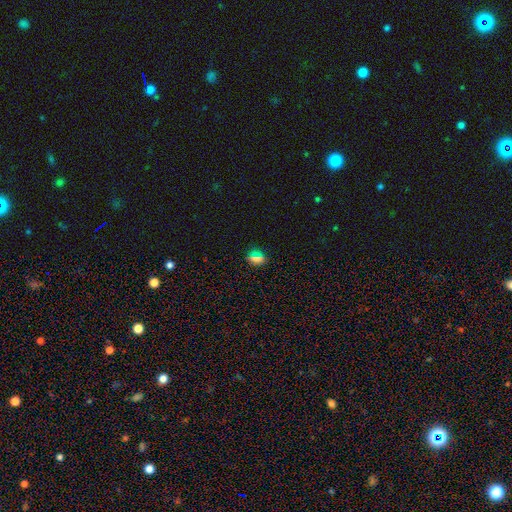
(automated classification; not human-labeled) This appears to be a smooth galaxy with no disk features (61%) that is round (54%). Merging: none (87%).